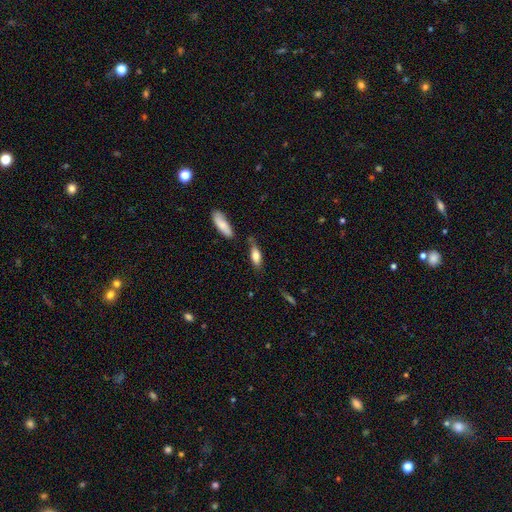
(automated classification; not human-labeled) Morphology: type=smooth (78%); roundness=in between (69%); merging=none (62%).